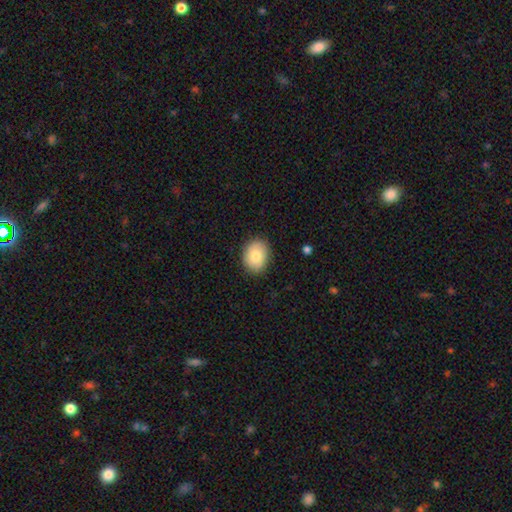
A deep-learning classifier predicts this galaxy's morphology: Q: Smooth or featured?
A: smooth (82%); runner-up: featured or disk (11%)
Q: How rounded?
A: in between (56%); runner-up: round (43%)
Q: Merging?
A: none (86%); runner-up: minor disturbance (10%)